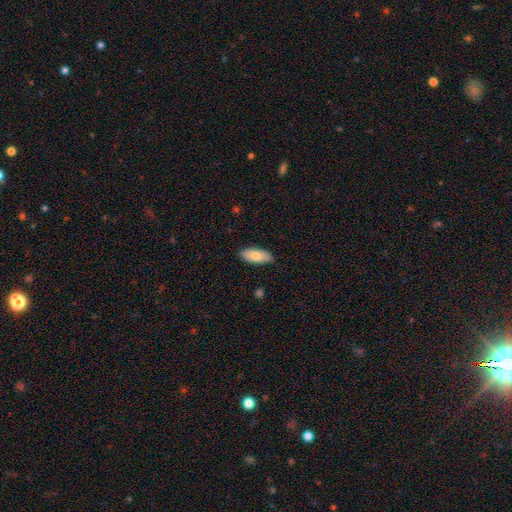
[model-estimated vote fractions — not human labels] smooth 81%, featured or disk 13%, star or artifact 6%. Down the decision tree: how rounded — in between (85%); merging — none (87%).